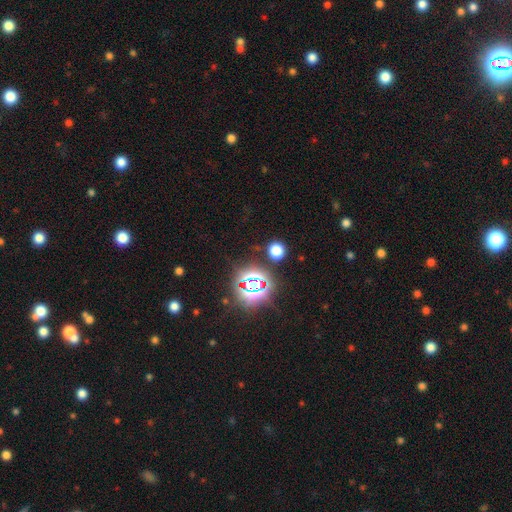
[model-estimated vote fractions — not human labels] The model was most divided on "smooth or featured": star or artifact: 83%, smooth: 11%, featured or disk: 6%.